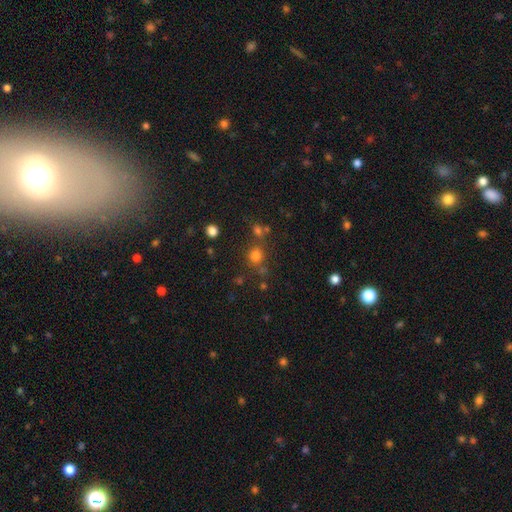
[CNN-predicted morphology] Smooth or featured: smooth — 74% (star or artifact — 19%)
How rounded: round — 86% (in between — 13%)
Merging: none — 72% (merger — 13%)